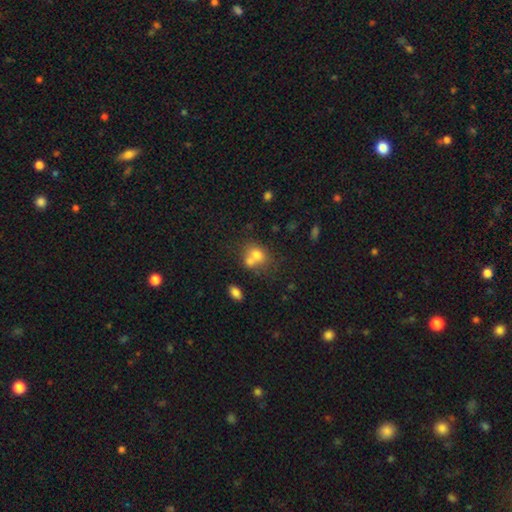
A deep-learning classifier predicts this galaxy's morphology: The model was most divided on "how rounded": round: 55%, in between: 44%, cigar-shaped: 1%. More confident: smooth or featured — smooth (71%); merging — merger (51%).